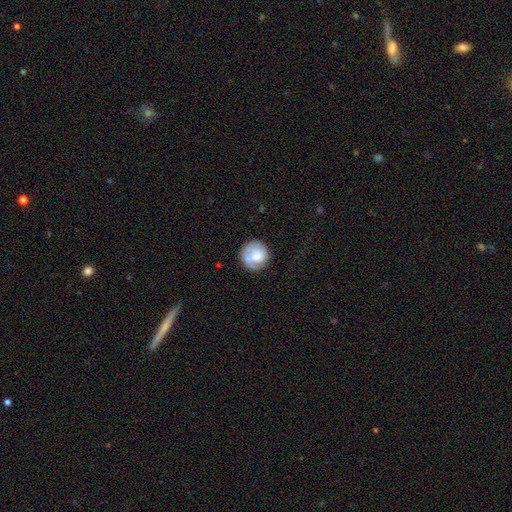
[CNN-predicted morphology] Smooth or featured?
  - smooth: 61% *
  - featured or disk: 32%
  - star or artifact: 7%
How rounded?
  - round: 90% *
  - in between: 10%
  - cigar-shaped: 1%
Merging?
  - none: 64% *
  - minor disturbance: 19%
  - major disturbance: 9%
  - merger: 8%